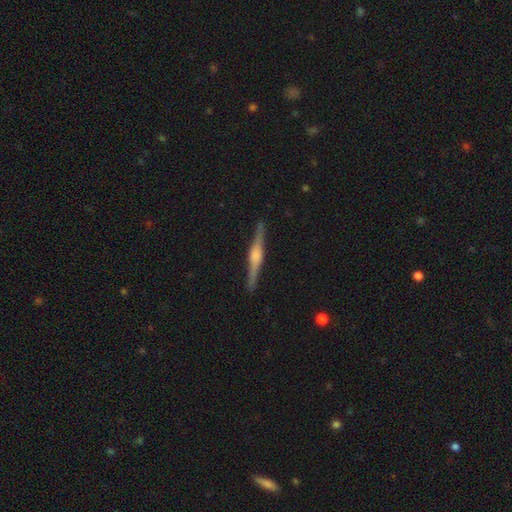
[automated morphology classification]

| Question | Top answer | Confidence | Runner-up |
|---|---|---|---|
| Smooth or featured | featured or disk | 81% | smooth (13%) |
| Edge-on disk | yes | 98% | no (2%) |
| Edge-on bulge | rounded | 74% | boxy (21%) |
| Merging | none | 91% | minor disturbance (6%) |